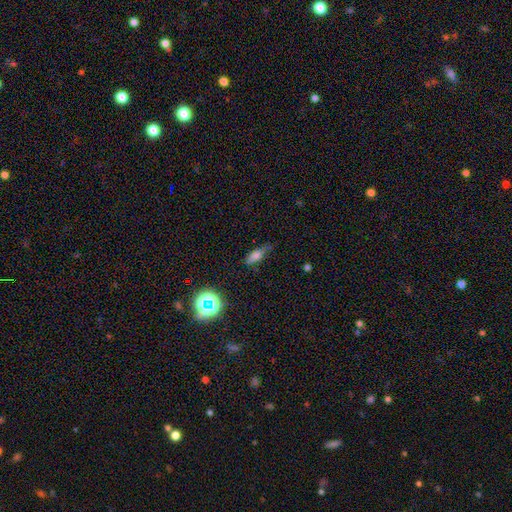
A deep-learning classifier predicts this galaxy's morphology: type=smooth (65%); roundness=in between (60%); merging=none (60%).